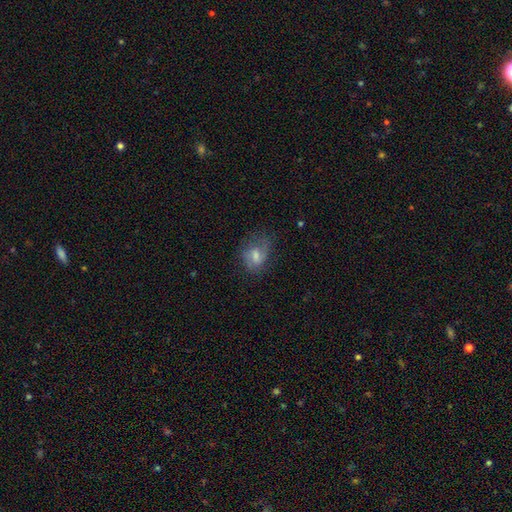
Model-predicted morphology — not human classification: Smooth or featured?
  - featured or disk: 46% *
  - smooth: 42%
  - star or artifact: 12%
Merging?
  - none: 58% *
  - minor disturbance: 26%
  - major disturbance: 15%
  - merger: 2%